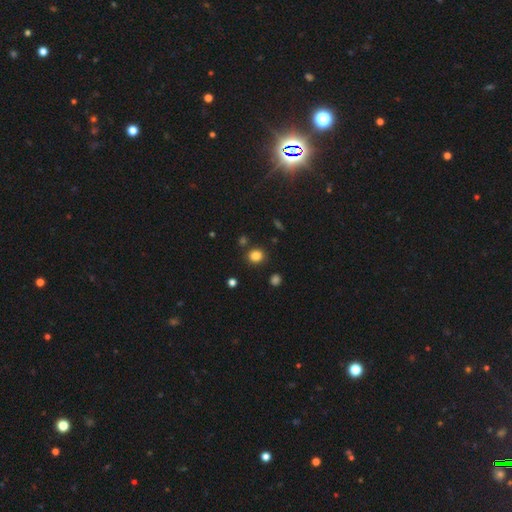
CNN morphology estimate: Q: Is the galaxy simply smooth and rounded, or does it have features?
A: smooth — 84%.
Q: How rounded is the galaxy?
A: round — 79%.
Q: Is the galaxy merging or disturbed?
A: none — 84%.